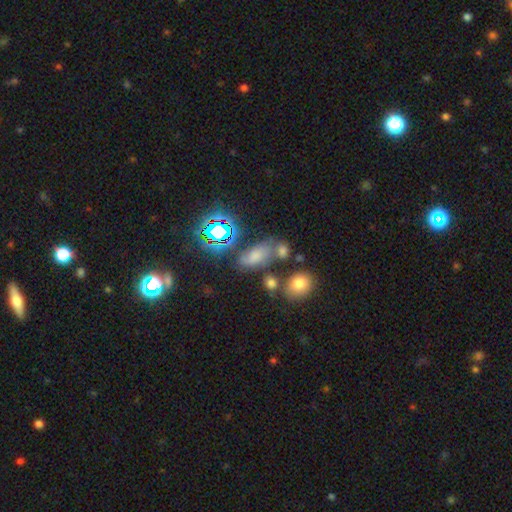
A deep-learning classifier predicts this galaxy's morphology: Smooth or featured? smooth (55%)
How rounded? in between (84%)
Merging? none (52%)